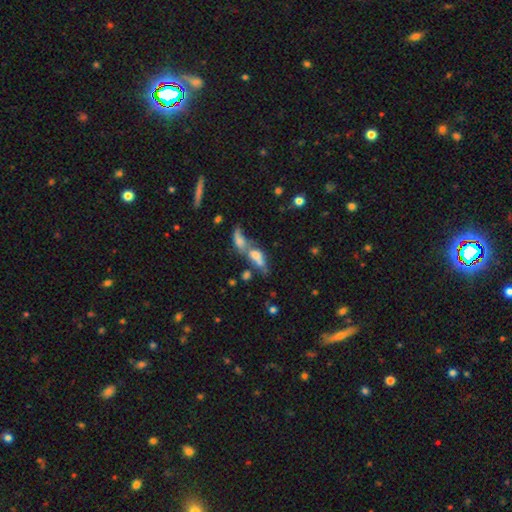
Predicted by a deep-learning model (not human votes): The model was most divided on "smooth or featured": smooth: 53%, featured or disk: 33%, star or artifact: 14%. More confident: how rounded — in between (68%); merging — merger (68%).